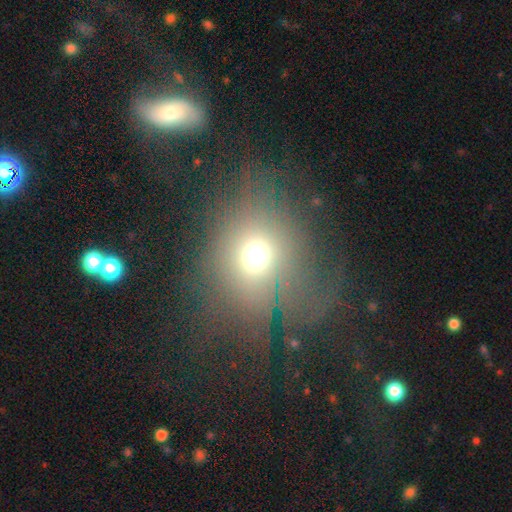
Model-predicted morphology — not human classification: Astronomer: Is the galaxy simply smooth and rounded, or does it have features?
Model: smooth — 59%.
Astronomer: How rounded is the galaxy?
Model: round — 69%.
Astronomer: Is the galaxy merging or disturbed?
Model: none — 44% (runner-up: major disturbance, 33%).